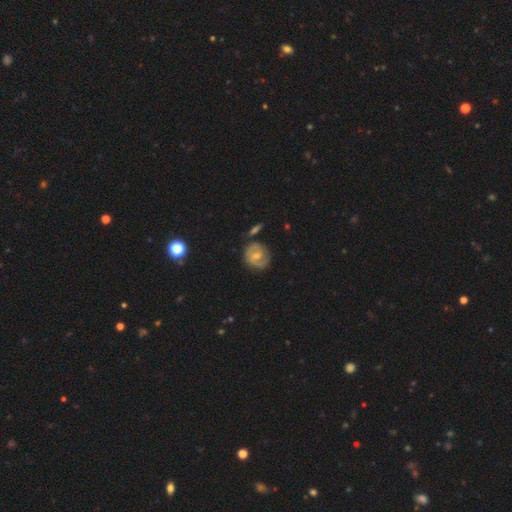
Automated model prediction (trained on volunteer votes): Smooth or featured: featured or disk — 71% (smooth — 22%)
Edge-on disk: no — 97% (yes — 3%)
Bar: weak — 51% (no — 37%)
Spiral arms: yes — 90% (no — 10%)
Spiral winding: tight — 47% (medium — 40%)
Spiral arm count: 2 — 76% (can't tell — 12%)
Bulge size: small — 47% (tied with moderate — 47%)
Merging: none — 75% (minor disturbance — 16%)